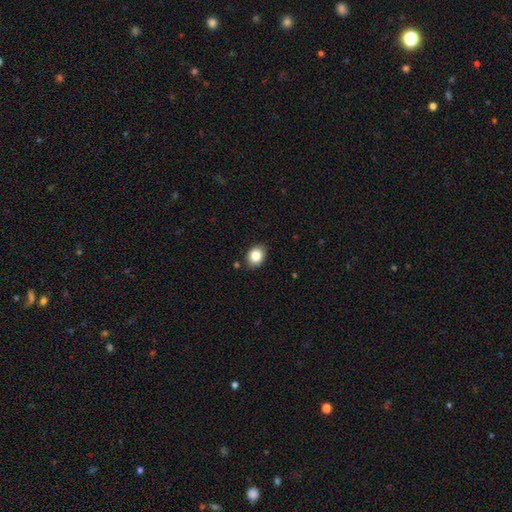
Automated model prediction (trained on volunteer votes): Q: Smooth or featured?
A: smooth (85%); runner-up: star or artifact (9%)
Q: How rounded?
A: in between (54%); runner-up: round (45%)
Q: Merging?
A: none (86%); runner-up: minor disturbance (11%)